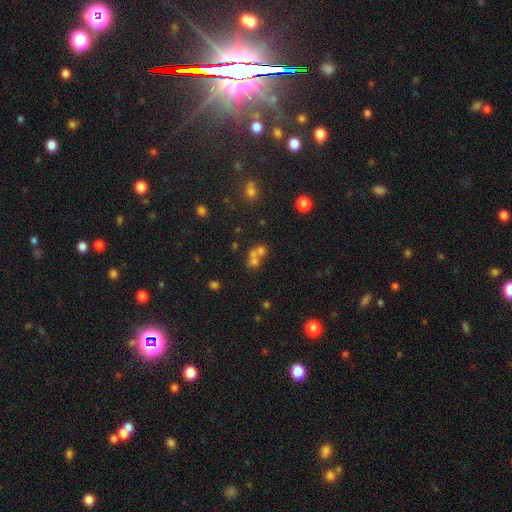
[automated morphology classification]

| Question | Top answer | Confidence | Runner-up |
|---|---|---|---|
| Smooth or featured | smooth | 55% | star or artifact (24%) |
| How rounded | round | 70% | in between (28%) |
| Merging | merger | 57% | none (31%) |